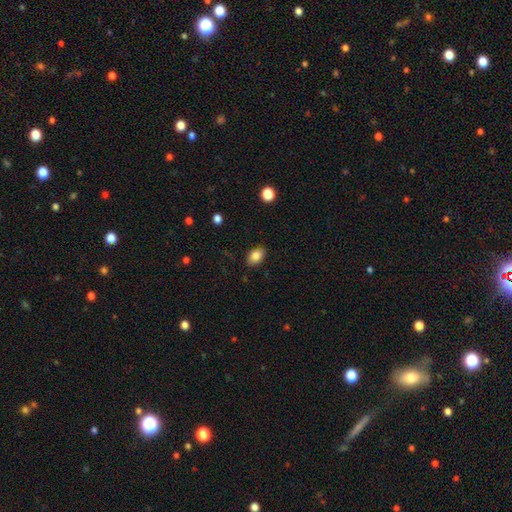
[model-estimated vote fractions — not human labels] Smooth or featured? Predicted: smooth (p=0.85). How rounded? Predicted: in between (p=0.86). Merging? Predicted: none (p=0.86).